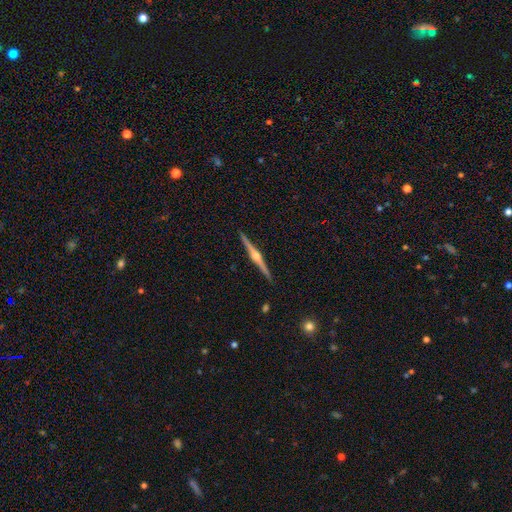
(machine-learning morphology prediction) featured or disk 87%, smooth 8%, star or artifact 5%. Down the decision tree: edge-on disk — yes (99%); edge-on bulge — rounded (92%); merging — none (92%).